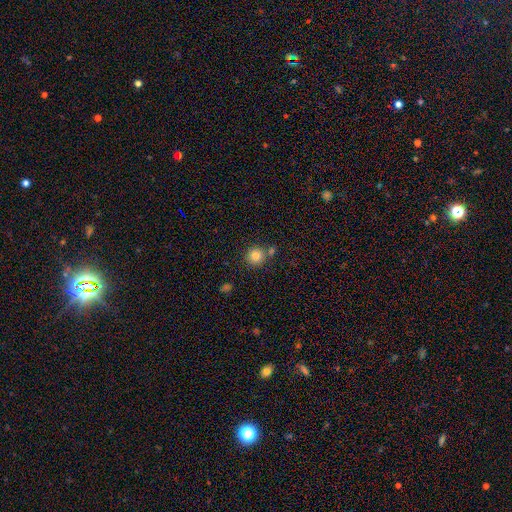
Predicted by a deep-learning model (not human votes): Overall: smooth (83%). How rounded: round (93%). Merging: none (73%).